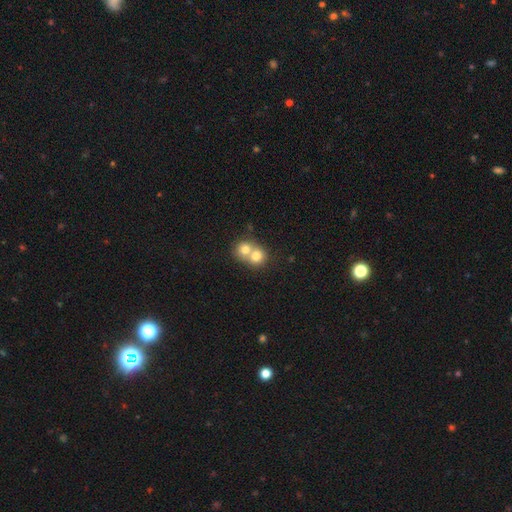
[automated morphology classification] type=smooth (73%); roundness=round (76%); merging=merger (72%).